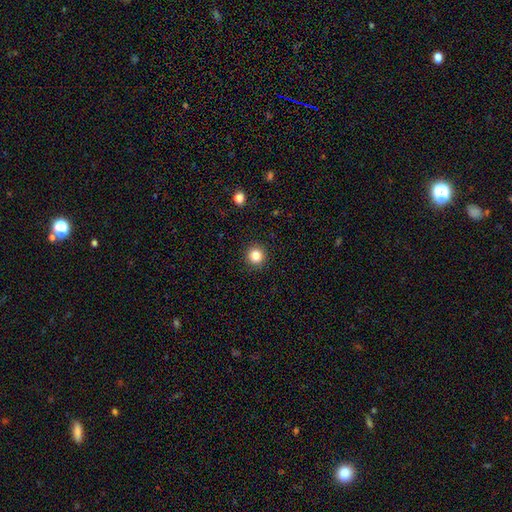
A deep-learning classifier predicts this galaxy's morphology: Smooth or featured: smooth — 83% (star or artifact — 12%)
How rounded: round — 94% (in between — 5%)
Merging: none — 93% (minor disturbance — 5%)